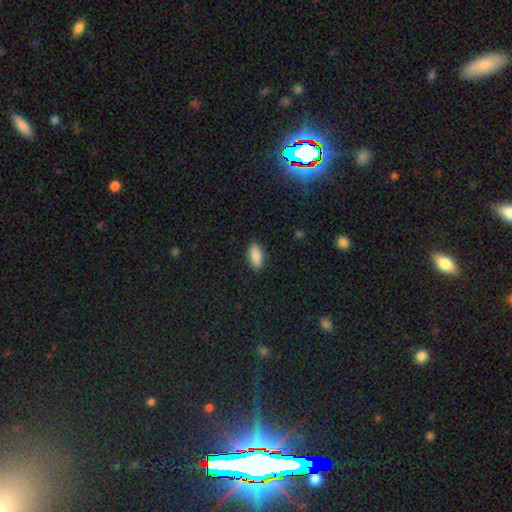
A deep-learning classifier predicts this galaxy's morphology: Smooth or featured? Predicted: smooth (p=0.88). How rounded? Predicted: in between (p=0.84). Merging? Predicted: none (p=0.88).